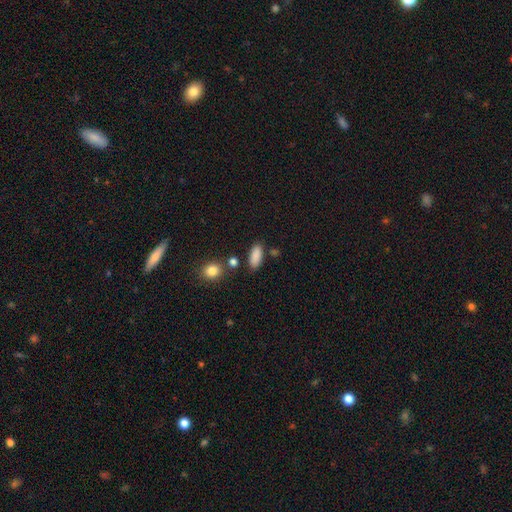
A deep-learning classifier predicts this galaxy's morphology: Smooth or featured? Predicted: smooth (p=0.88). How rounded? Predicted: in between (p=0.81). Merging? Predicted: none (p=0.80).